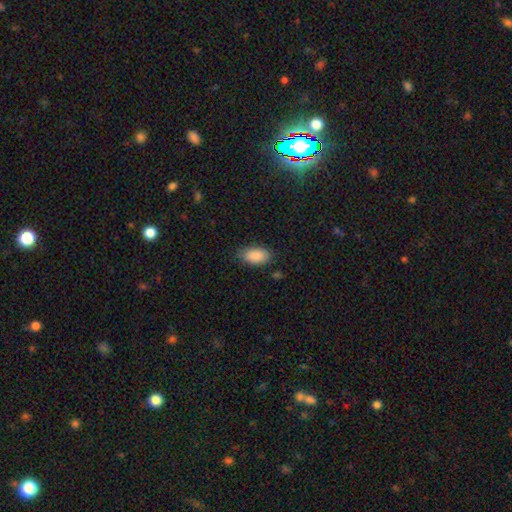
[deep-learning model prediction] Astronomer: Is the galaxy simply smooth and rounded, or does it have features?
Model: smooth — 89%.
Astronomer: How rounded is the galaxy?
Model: in between — 93%.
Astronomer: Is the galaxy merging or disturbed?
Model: none — 79%.